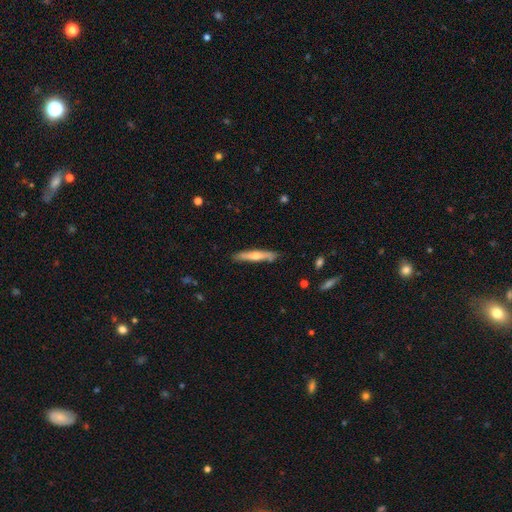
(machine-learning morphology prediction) featured or disk 48%, smooth 46%, star or artifact 6%. Down the decision tree: merging — none (84%).